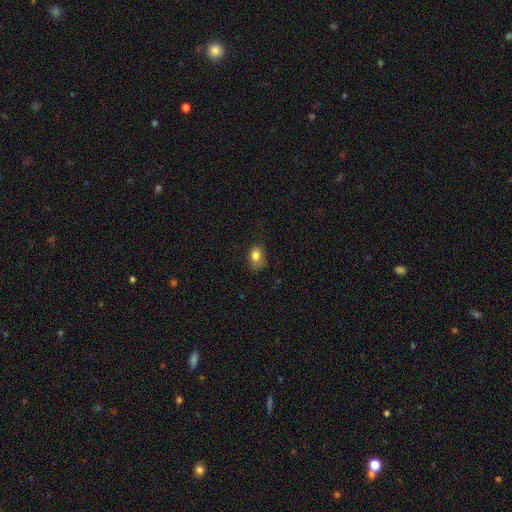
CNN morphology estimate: Q: Smooth or featured?
A: smooth (81%); runner-up: star or artifact (10%)
Q: How rounded?
A: in between (63%); runner-up: round (35%)
Q: Merging?
A: none (63%); runner-up: minor disturbance (27%)